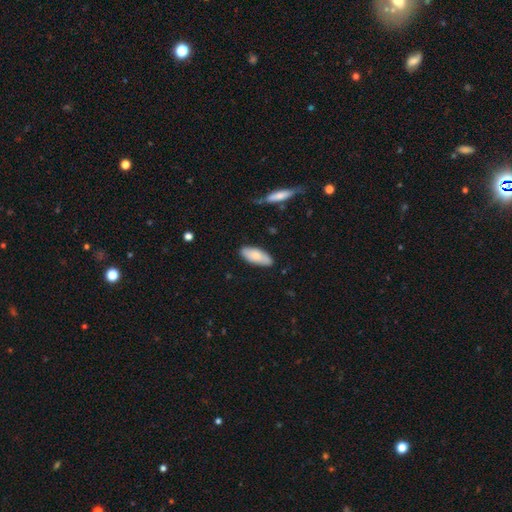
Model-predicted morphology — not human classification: This is likely a smooth galaxy (80%). How rounded: clearly in between (82%). Merging: clearly none (83%).